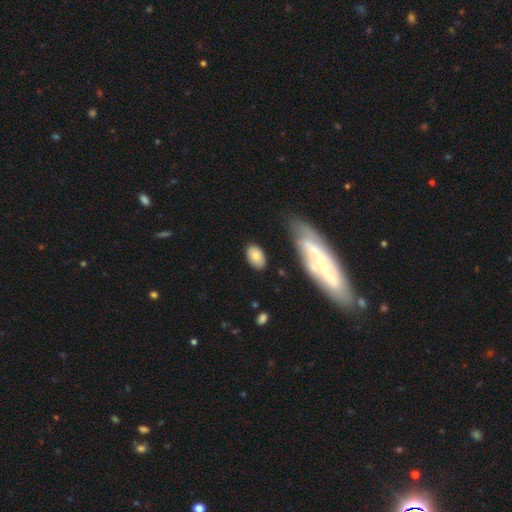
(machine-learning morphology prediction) A smooth galaxy with no disk features (78%) that is in between round and cigar-shaped (88%).

Vote fractions:
- Smooth or featured? smooth: 78% / featured or disk: 15% / star or artifact: 7%
- How rounded? in between: 88% / round: 10% / cigar-shaped: 2%
- Merging? none: 78% / minor disturbance: 14% / major disturbance: 5% / merger: 3%